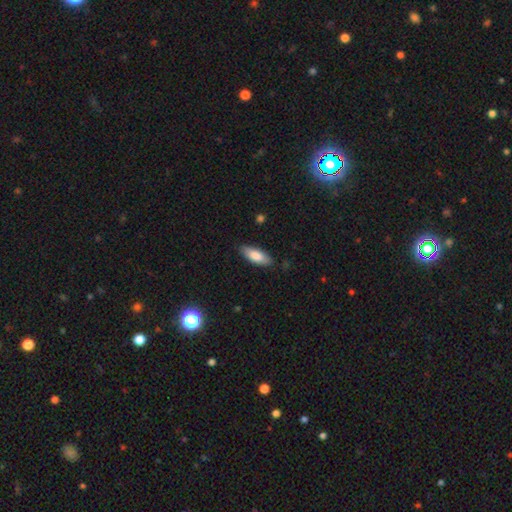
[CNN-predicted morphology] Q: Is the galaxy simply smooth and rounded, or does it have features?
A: smooth — 82%.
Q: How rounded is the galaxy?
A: in between — 74%.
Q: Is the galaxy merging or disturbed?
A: none — 83%.